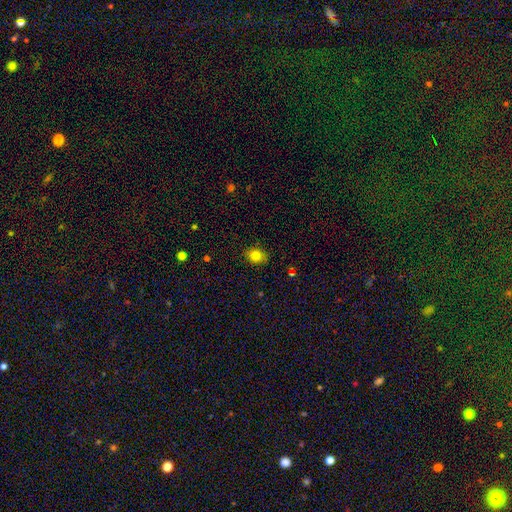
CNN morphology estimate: type=smooth (81%); roundness=in between (52%); merging=none (86%).